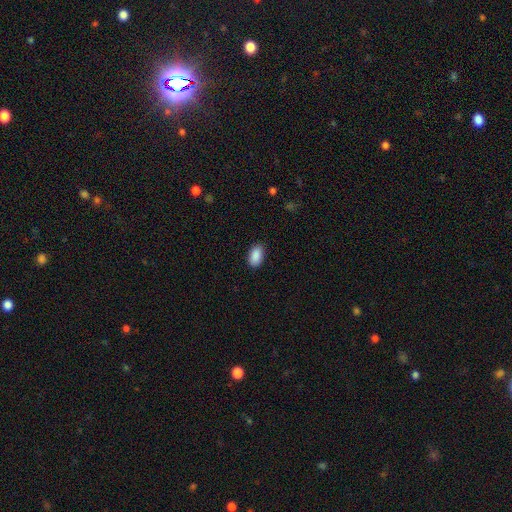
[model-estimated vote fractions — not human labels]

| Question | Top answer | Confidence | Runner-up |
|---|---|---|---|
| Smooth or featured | smooth | 90% | star or artifact (7%) |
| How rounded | in between | 93% | round (5%) |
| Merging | none | 87% | minor disturbance (10%) |